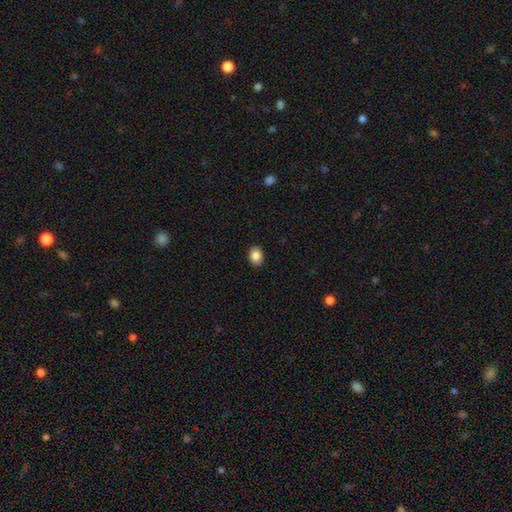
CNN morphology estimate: This appears to be a smooth galaxy with no disk features (86%) that is in between round and cigar-shaped (62%). Merging: none (90%).